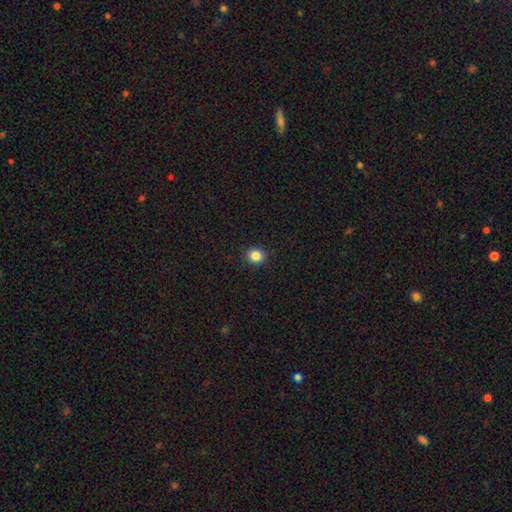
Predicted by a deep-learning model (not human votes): Overall: smooth (85%). How rounded: round (85%). Merging: none (92%).